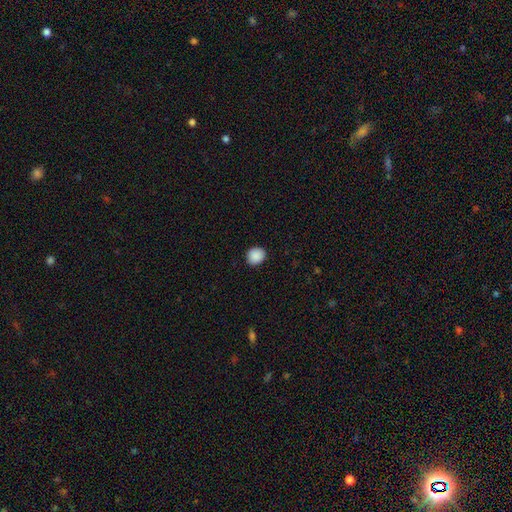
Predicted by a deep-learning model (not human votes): Smooth or featured? smooth (90%)
How rounded? round (78%)
Merging? none (91%)